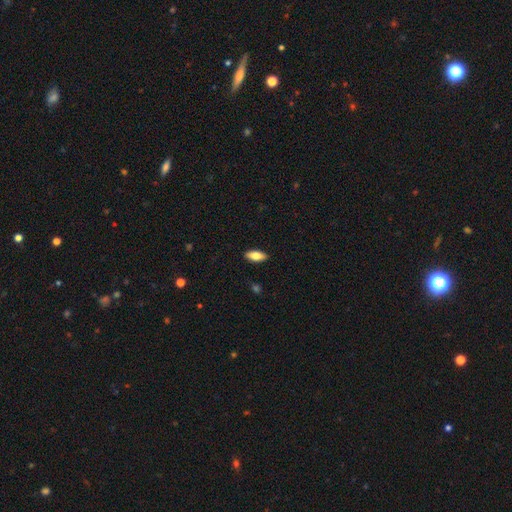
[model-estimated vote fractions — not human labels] Smooth or featured? smooth (74%)
How rounded? in between (83%)
Merging? none (89%)